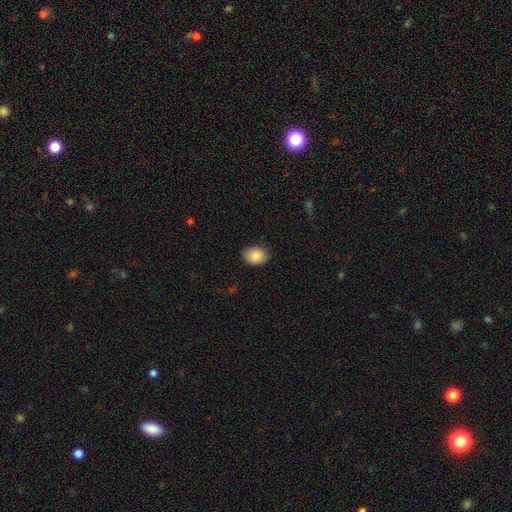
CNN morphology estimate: Overall: smooth (87%). How rounded: in between (74%). Merging: none (80%).